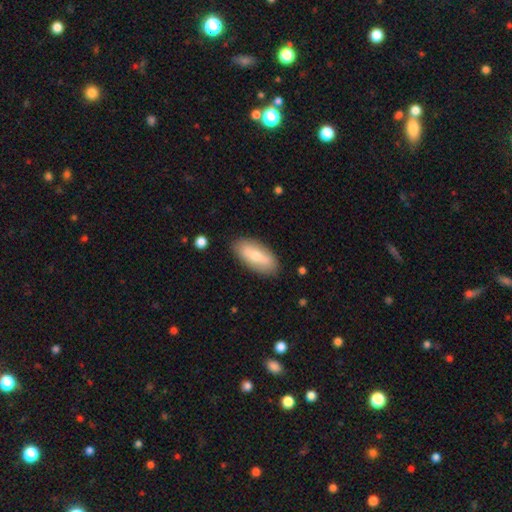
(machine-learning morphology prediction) Q: Smooth or featured?
A: smooth (64%); runner-up: featured or disk (30%)
Q: How rounded?
A: in between (85%); runner-up: cigar-shaped (13%)
Q: Merging?
A: none (85%); runner-up: minor disturbance (11%)